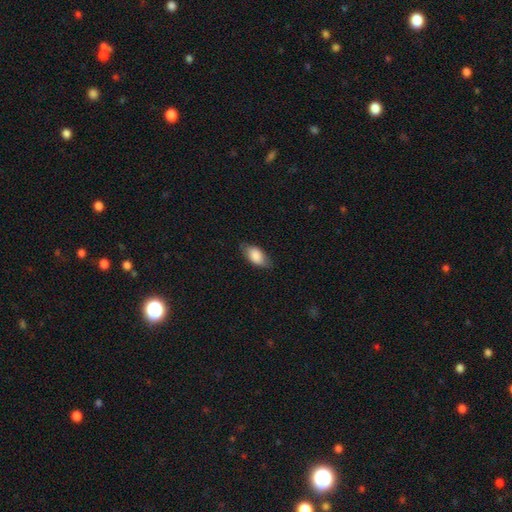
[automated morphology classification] Smooth or featured: smooth — 83% (featured or disk — 10%)
How rounded: in between — 91% (cigar-shaped — 6%)
Merging: none — 78% (minor disturbance — 17%)